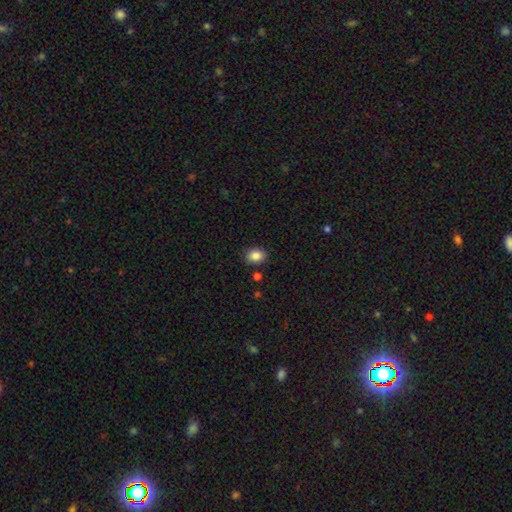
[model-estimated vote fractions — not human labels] Q: Smooth or featured?
A: smooth (86%); runner-up: star or artifact (9%)
Q: How rounded?
A: in between (54%); runner-up: round (45%)
Q: Merging?
A: none (85%); runner-up: minor disturbance (9%)